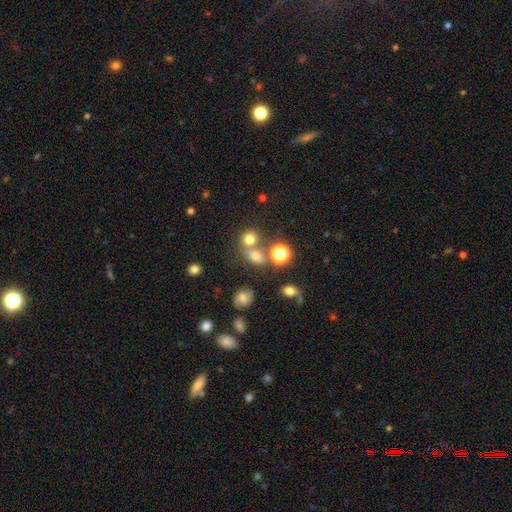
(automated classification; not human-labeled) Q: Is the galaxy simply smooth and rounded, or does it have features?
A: smooth — 68%.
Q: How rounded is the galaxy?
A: round — 67%.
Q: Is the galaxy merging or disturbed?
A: none — 51%.